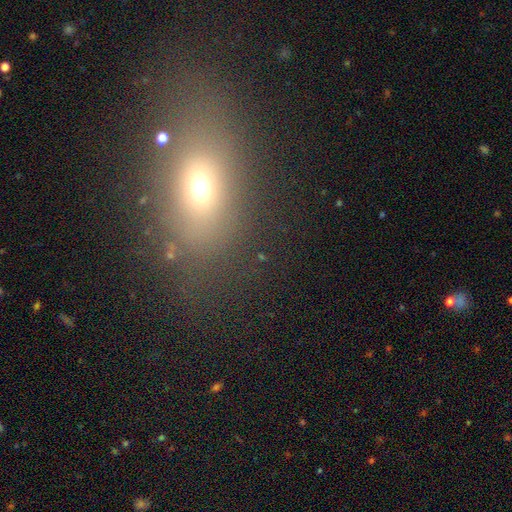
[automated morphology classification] smooth_or_featured: smooth (p=0.59) [alt: star or artifact p=0.25]
how_rounded: in between (p=0.71) [alt: round p=0.22]
merging: none (p=0.74) [alt: minor disturbance p=0.14]